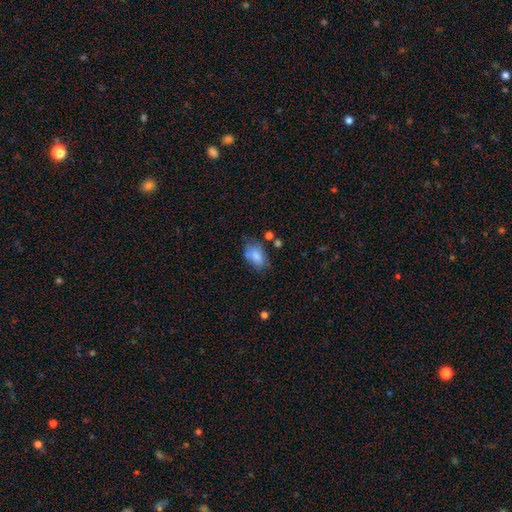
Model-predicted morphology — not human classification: Smooth or featured: smooth — 79% (featured or disk — 13%)
How rounded: in between — 90% (round — 8%)
Merging: none — 60% (minor disturbance — 25%)